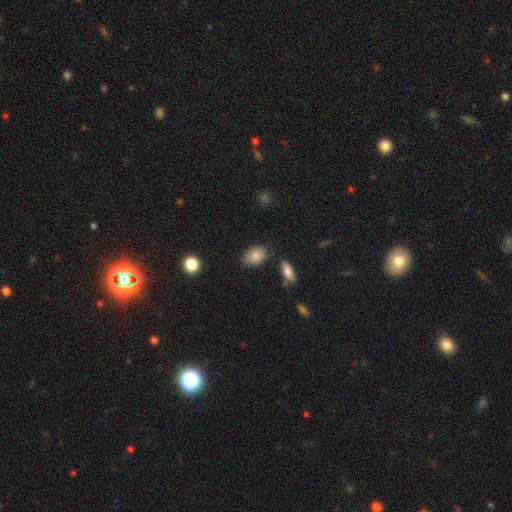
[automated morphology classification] Overall: smooth (82%). How rounded: in between (86%). Merging: none (78%).